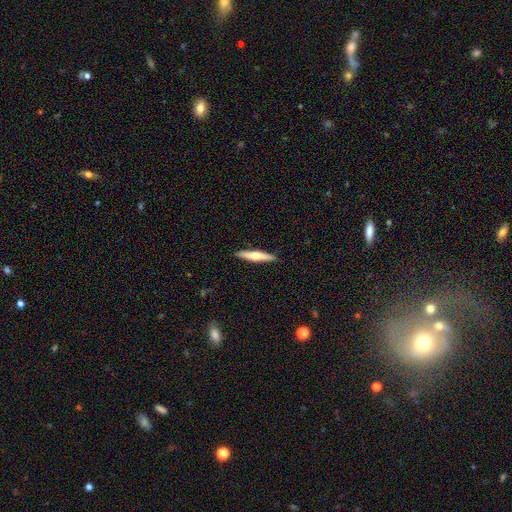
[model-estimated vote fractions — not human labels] featured or disk 50%, smooth 45%, star or artifact 5%. Down the decision tree: merging — none (91%).